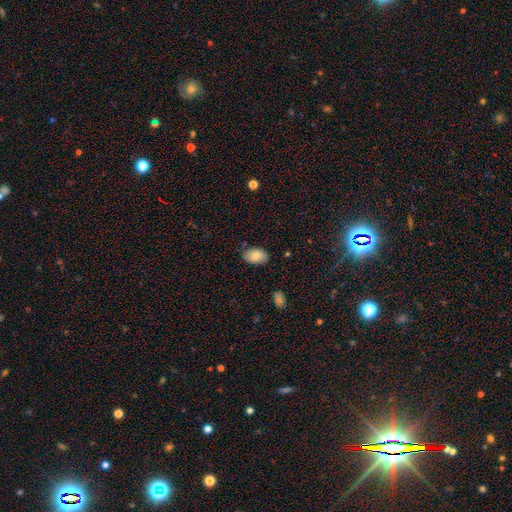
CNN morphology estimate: smooth_or_featured: smooth (p=0.81) [alt: featured or disk p=0.12]
how_rounded: in between (p=0.92) [alt: round p=0.07]
merging: none (p=0.80) [alt: minor disturbance p=0.15]